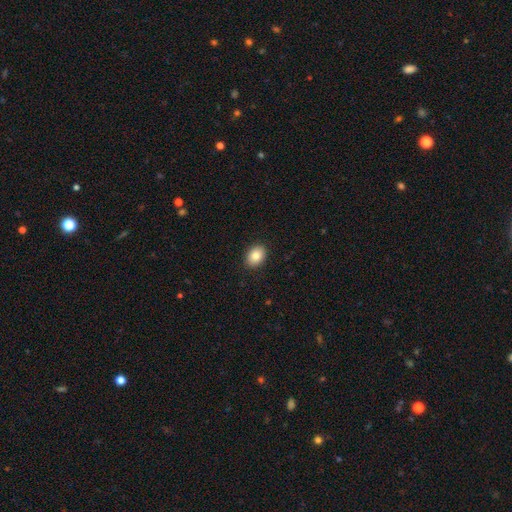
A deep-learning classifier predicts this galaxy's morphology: smooth_or_featured: smooth (p=0.85) [alt: star or artifact p=0.08]
how_rounded: in between (p=0.69) [alt: round p=0.30]
merging: none (p=0.91) [alt: minor disturbance p=0.07]